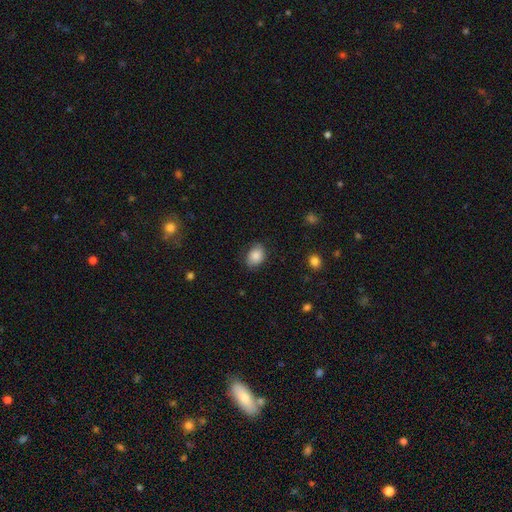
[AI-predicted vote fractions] Smooth or featured? smooth (86%)
How rounded? in between (71%)
Merging? none (77%)